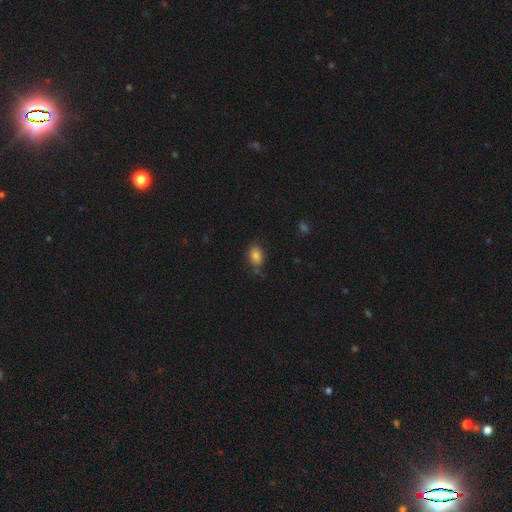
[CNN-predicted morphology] Smooth or featured: smooth — 82% (star or artifact — 10%)
How rounded: in between — 82% (round — 17%)
Merging: none — 66% (minor disturbance — 24%)